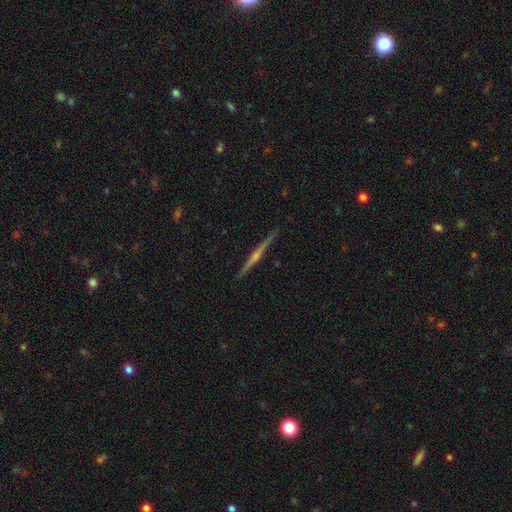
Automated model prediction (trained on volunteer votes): Smooth or featured? Predicted: featured or disk (p=0.79). Edge-on disk? Predicted: yes (p=0.98). Edge-on bulge? Predicted: rounded (p=0.73). Merging? Predicted: none (p=0.91).